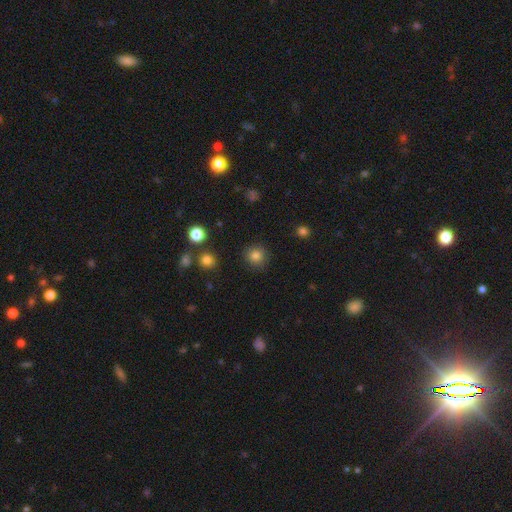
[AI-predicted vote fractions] Q: Smooth or featured?
A: smooth (82%); runner-up: star or artifact (12%)
Q: How rounded?
A: round (93%); runner-up: in between (6%)
Q: Merging?
A: none (89%); runner-up: minor disturbance (7%)